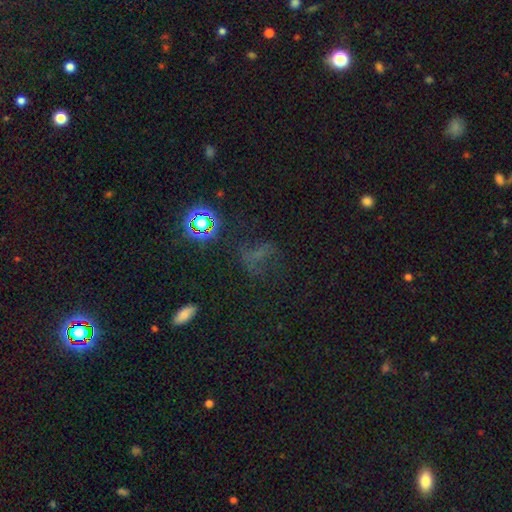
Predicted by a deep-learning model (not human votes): smooth-or-featured: star or artifact: 47% | smooth: 31% | featured or disk: 22%